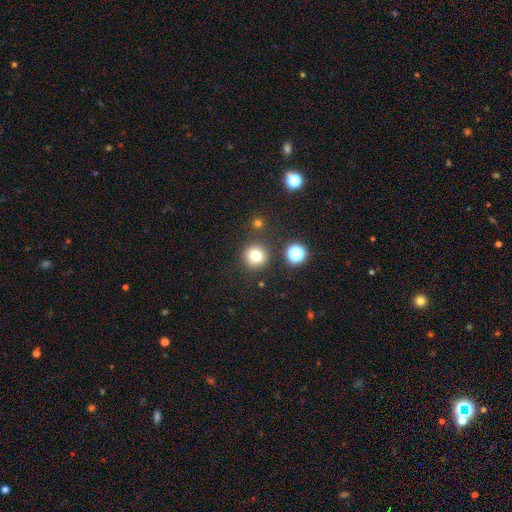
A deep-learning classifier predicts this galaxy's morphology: This is likely a smooth galaxy (77%). How rounded: clearly round (93%). Merging: clearly none (85%).